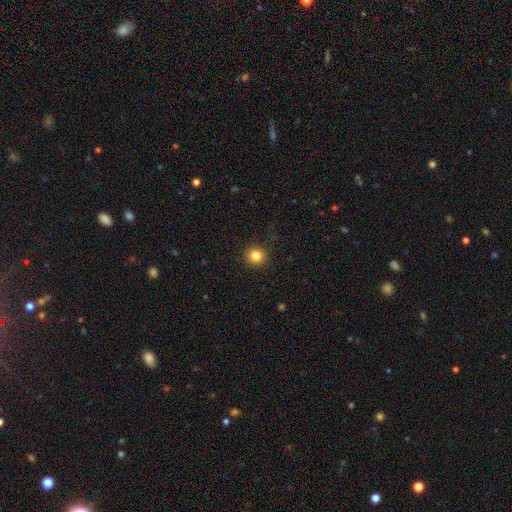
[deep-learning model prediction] Morphology: type=smooth (84%); roundness=round (94%); merging=none (92%).